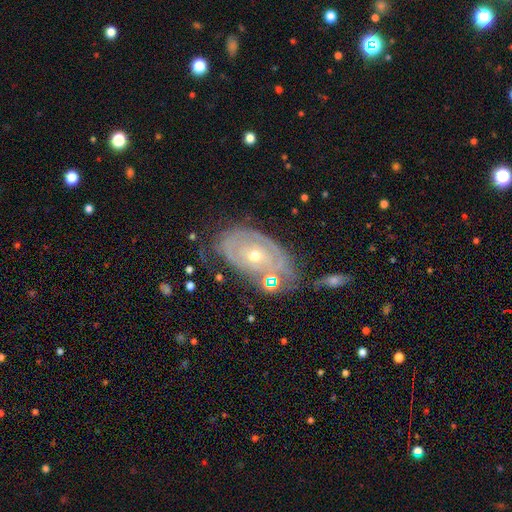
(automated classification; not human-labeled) Smooth or featured? featured or disk (79%)
Edge-on disk? no (94%)
Bar? no (81%)
Spiral arms? yes (79%)
Spiral winding? tight (80%)
Spiral arm count? can't tell (51%)
Bulge size? small (53%)
Merging? none (57%)